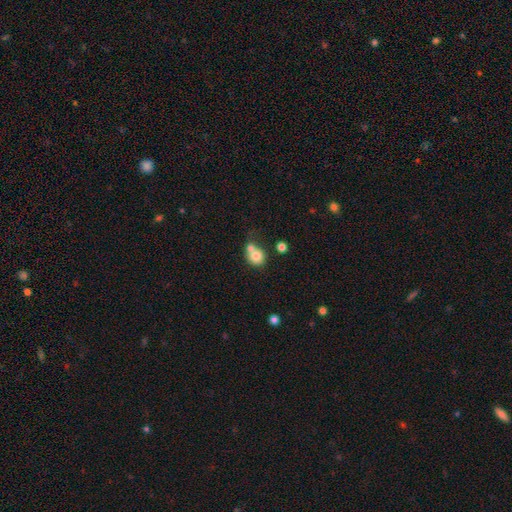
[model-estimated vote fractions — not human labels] Smooth or featured? Predicted: smooth (p=0.77). How rounded? Predicted: round (p=0.79). Merging? Predicted: merger (p=0.48).